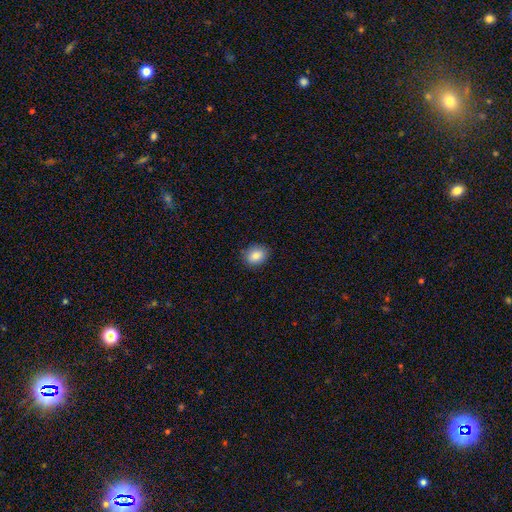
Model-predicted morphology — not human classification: Q: Smooth or featured?
A: smooth (84%); runner-up: star or artifact (9%)
Q: How rounded?
A: in between (51%); runner-up: round (48%)
Q: Merging?
A: none (88%); runner-up: minor disturbance (9%)